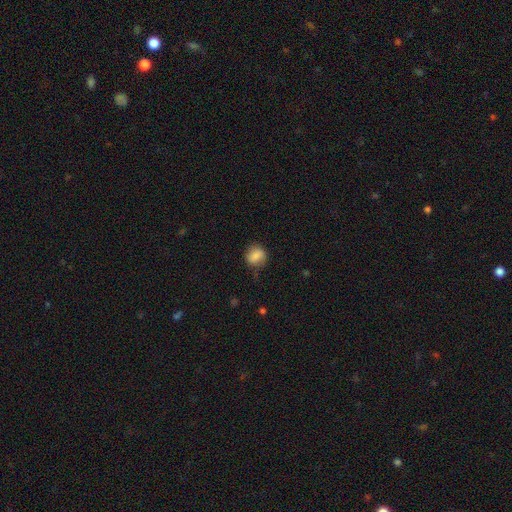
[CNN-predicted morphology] Smooth or featured? Predicted: smooth (p=0.83). How rounded? Predicted: round (p=0.64). Merging? Predicted: none (p=0.71).